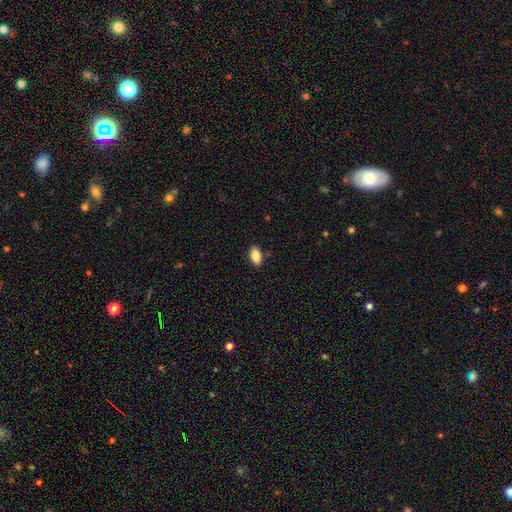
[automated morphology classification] Smooth or featured? Predicted: smooth (p=0.86). How rounded? Predicted: in between (p=0.93). Merging? Predicted: none (p=0.88).